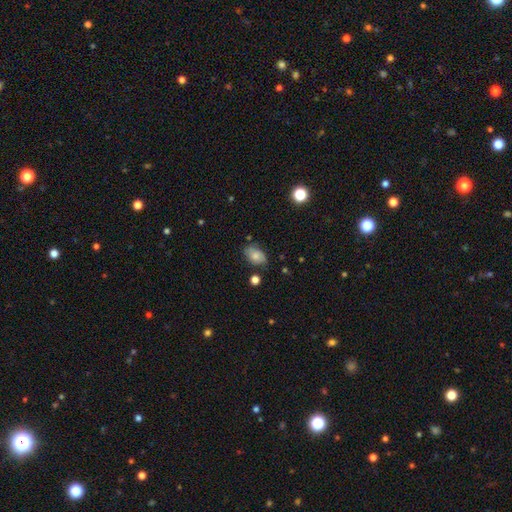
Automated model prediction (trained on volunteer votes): A smooth galaxy with no disk features (68%) that is in between round and cigar-shaped (85%). Merging: none (69%).